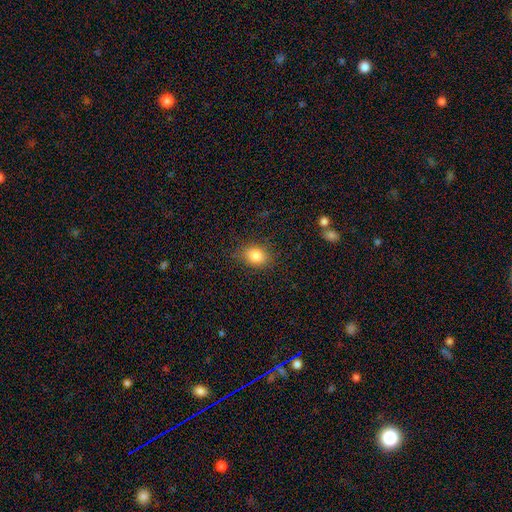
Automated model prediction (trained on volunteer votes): smooth_or_featured: smooth (p=0.82) [alt: star or artifact p=0.11]
how_rounded: in between (p=0.56) [alt: round p=0.43]
merging: none (p=0.83) [alt: minor disturbance p=0.13]